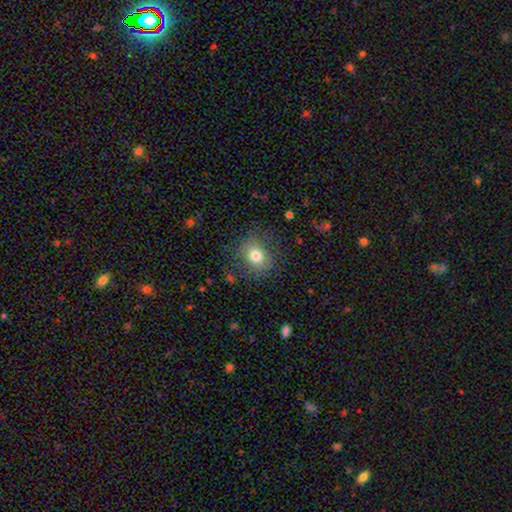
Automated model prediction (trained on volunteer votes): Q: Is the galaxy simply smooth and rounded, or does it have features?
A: smooth — 76%.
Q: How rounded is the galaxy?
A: round — 68%.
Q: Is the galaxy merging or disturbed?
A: none — 77%.